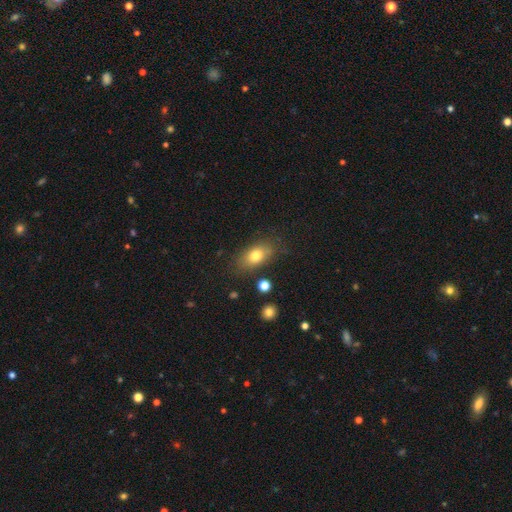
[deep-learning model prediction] smooth-or-featured: smooth: 76% | featured or disk: 14% | star or artifact: 9%
  how-rounded: in between: 83% | round: 11% | cigar-shaped: 6%
  merging: none: 77% | minor disturbance: 15% | major disturbance: 5% | merger: 3%